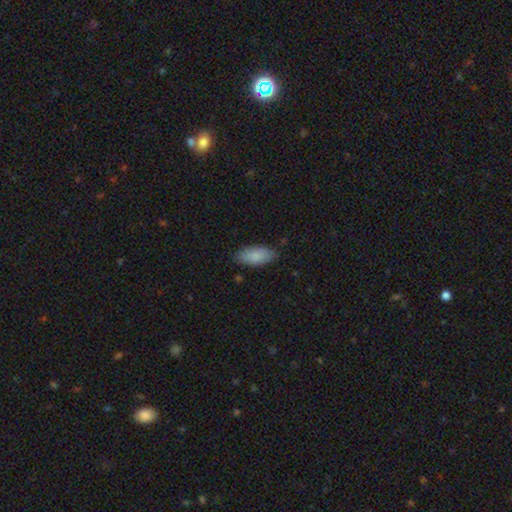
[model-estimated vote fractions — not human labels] Morphology: type=smooth (86%); roundness=in between (89%); merging=none (83%).